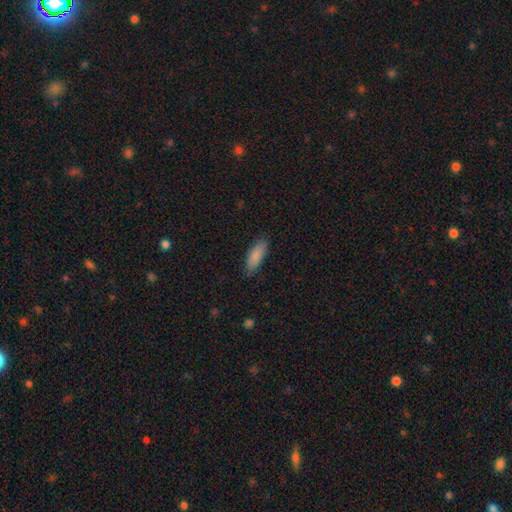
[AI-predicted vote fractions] smooth-or-featured: smooth: 87% | featured or disk: 7% | star or artifact: 6%
  how-rounded: in between: 67% | cigar-shaped: 31% | round: 2%
  merging: none: 82% | minor disturbance: 14% | major disturbance: 3% | merger: 1%